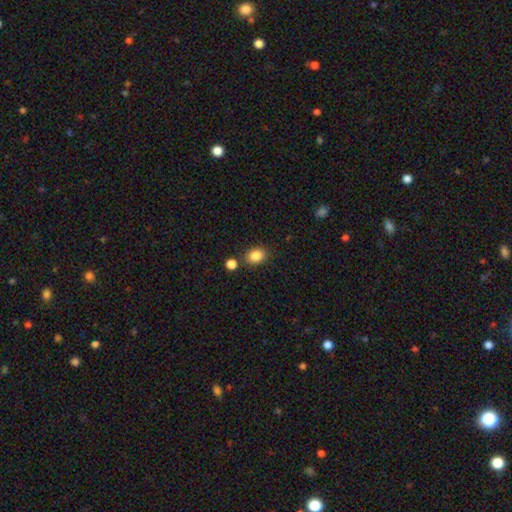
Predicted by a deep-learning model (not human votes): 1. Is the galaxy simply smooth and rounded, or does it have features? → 85% smooth, 10% star or artifact, 5% featured or disk.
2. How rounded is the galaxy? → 51% in between, 48% round, 1% cigar-shaped.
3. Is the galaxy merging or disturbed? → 76% none, 11% minor disturbance, 9% merger, 3% major disturbance.